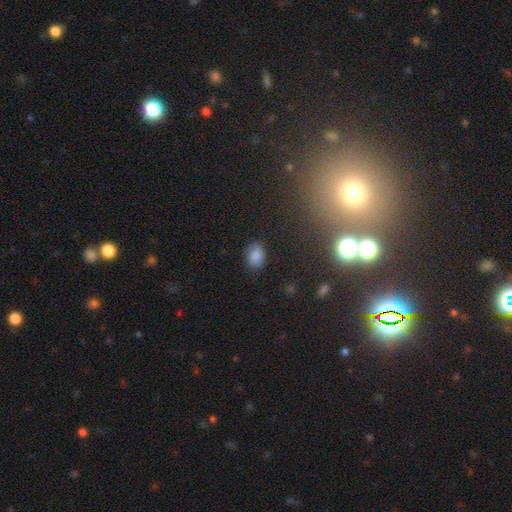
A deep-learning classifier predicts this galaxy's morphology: A smooth galaxy with no disk features (84%) that is in between round and cigar-shaped (79%).

Vote fractions:
- Smooth or featured? smooth: 84% / star or artifact: 10% / featured or disk: 7%
- How rounded? in between: 79% / round: 19% / cigar-shaped: 1%
- Merging? none: 79% / minor disturbance: 16% / major disturbance: 3% / merger: 1%